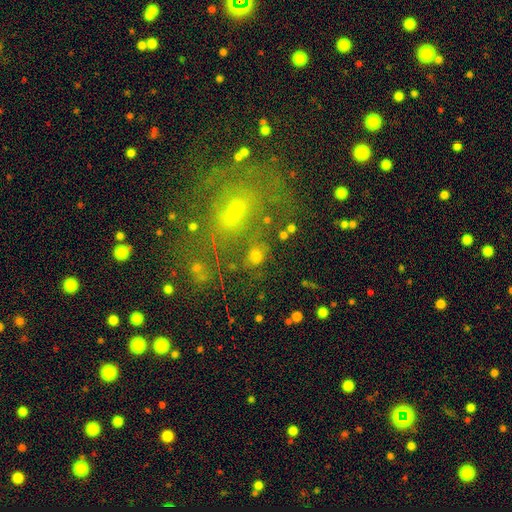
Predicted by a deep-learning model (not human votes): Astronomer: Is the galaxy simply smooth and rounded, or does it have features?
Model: smooth — 43% (runner-up: featured or disk, 32%).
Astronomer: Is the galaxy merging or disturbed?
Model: none — 64%.